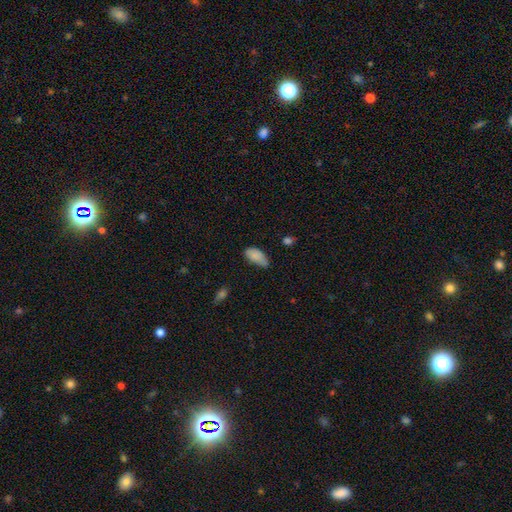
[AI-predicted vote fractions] A smooth galaxy with no disk features (84%) that is in between round and cigar-shaped (92%).

Vote fractions:
- Smooth or featured? smooth: 84% / featured or disk: 8% / star or artifact: 8%
- How rounded? in between: 92% / cigar-shaped: 4% / round: 3%
- Merging? minor disturbance: 44% / none: 42% / major disturbance: 11% / merger: 3%